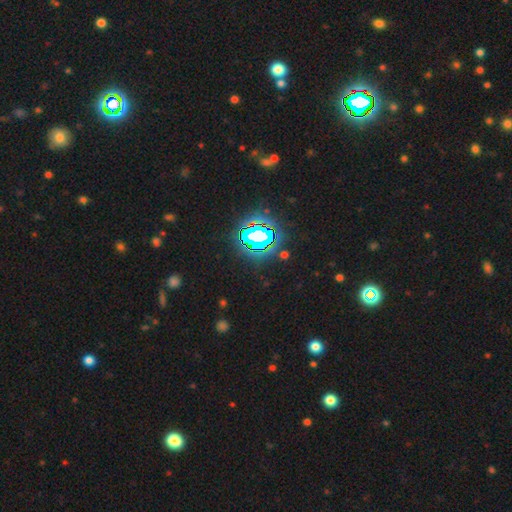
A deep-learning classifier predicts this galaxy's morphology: Smooth or featured: star or artifact — 83% (smooth — 10%)